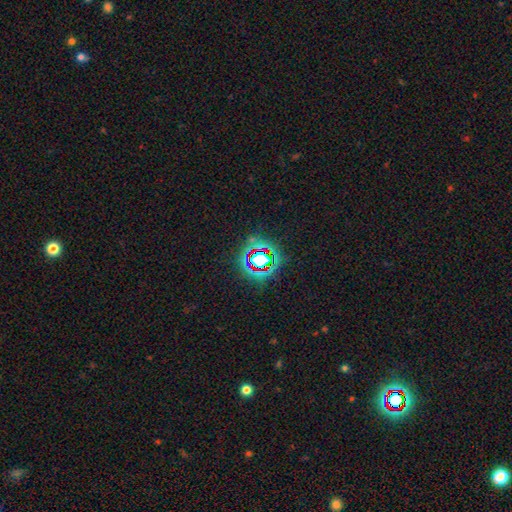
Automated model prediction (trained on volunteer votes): Smooth or featured? Predicted: star or artifact (p=0.76).